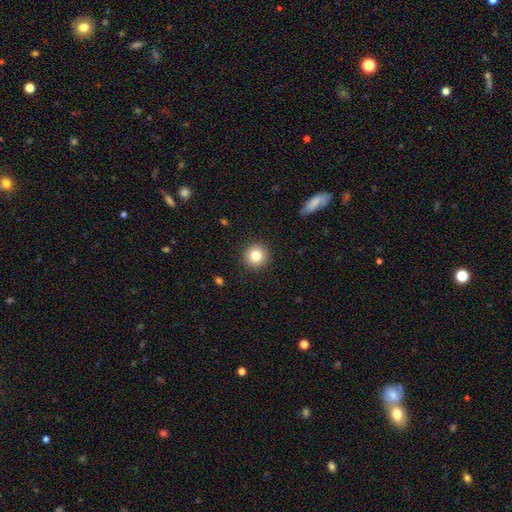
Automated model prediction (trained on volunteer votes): This appears to be a smooth galaxy with no disk features (83%) that is round (95%). Merging: none (92%).